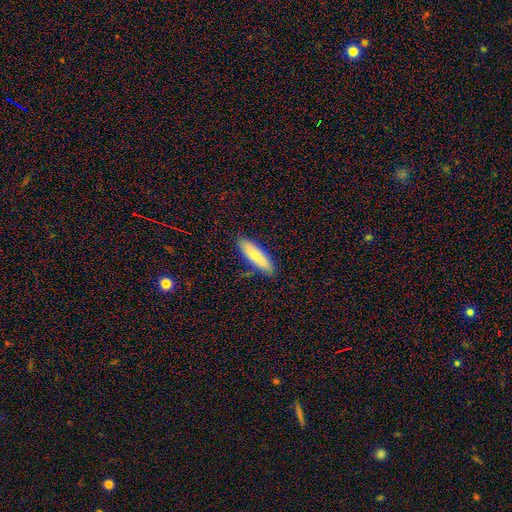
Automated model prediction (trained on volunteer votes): This appears to be a smooth galaxy with no disk features (76%) that is cigar-shaped (63%). Merging: none (85%).